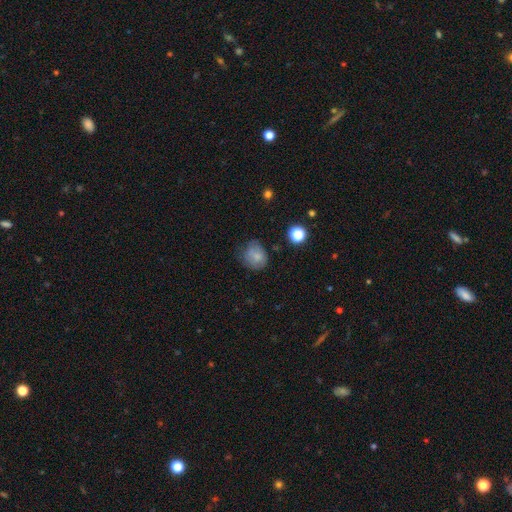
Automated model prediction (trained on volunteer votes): A smooth galaxy with no disk features (75%) that is round (69%). Merging: none (59%).